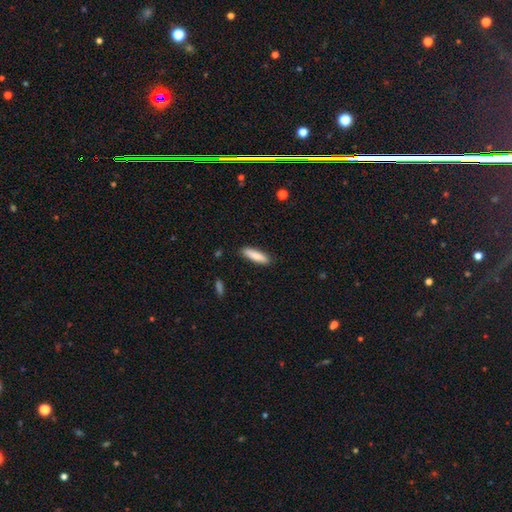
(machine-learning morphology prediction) A smooth galaxy with no disk features (84%) that is cigar-shaped (68%). Merging: none (89%).